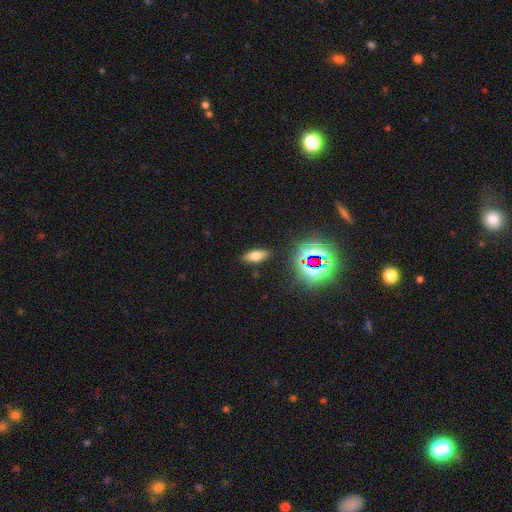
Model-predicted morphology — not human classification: Q: Smooth or featured?
A: smooth (63%); runner-up: star or artifact (19%)
Q: How rounded?
A: in between (78%); runner-up: cigar-shaped (17%)
Q: Merging?
A: none (87%); runner-up: minor disturbance (9%)